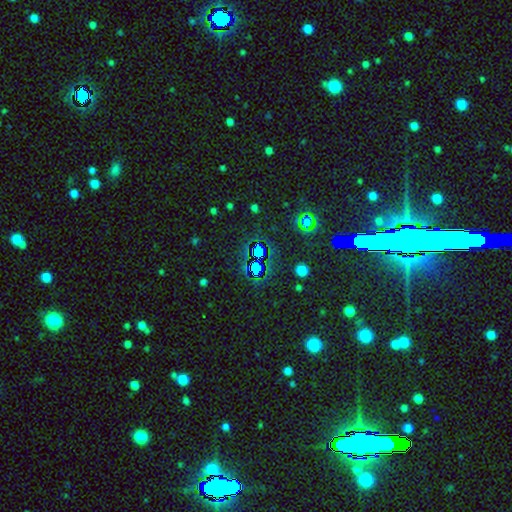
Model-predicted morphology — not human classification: This is likely a star or artifact rather than a galaxy (76%).